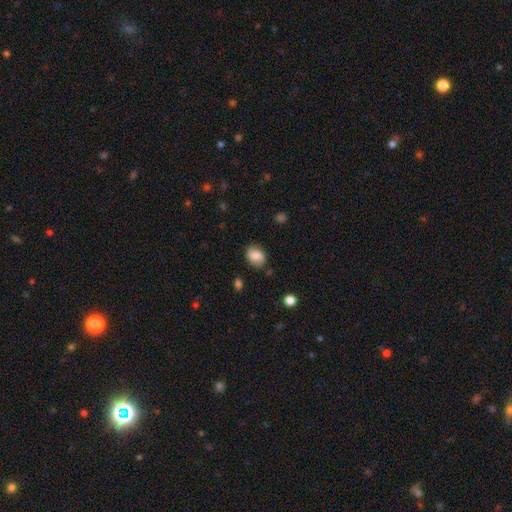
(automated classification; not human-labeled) Smooth or featured? Predicted: smooth (p=0.66). How rounded? Predicted: in between (p=0.61). Merging? Predicted: none (p=0.72).